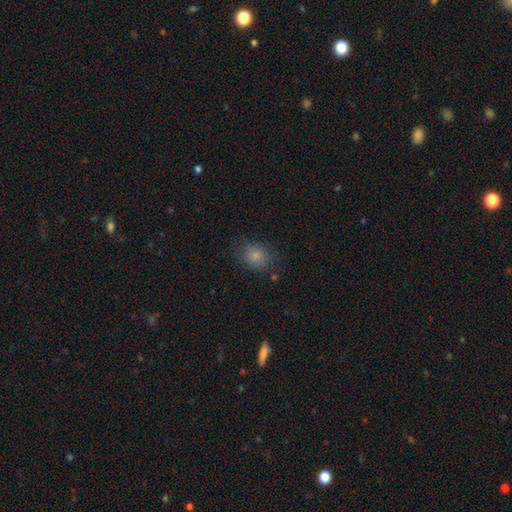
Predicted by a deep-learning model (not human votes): smooth 83%, star or artifact 11%, featured or disk 6%. Down the decision tree: how rounded — in between (50%); merging — none (79%).